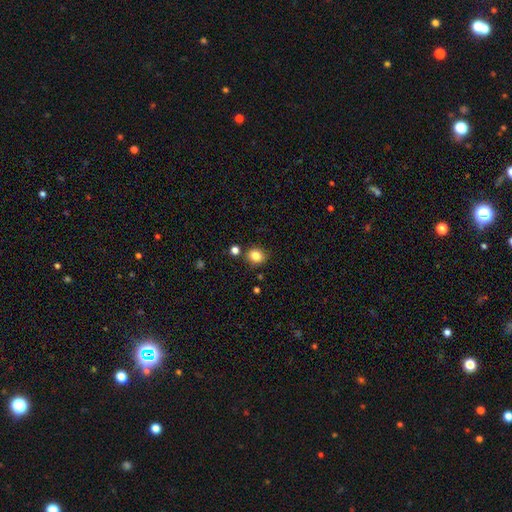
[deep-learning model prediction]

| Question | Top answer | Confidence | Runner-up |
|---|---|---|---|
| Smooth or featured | smooth | 82% | star or artifact (12%) |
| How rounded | round | 76% | in between (23%) |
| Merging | none | 82% | minor disturbance (10%) |